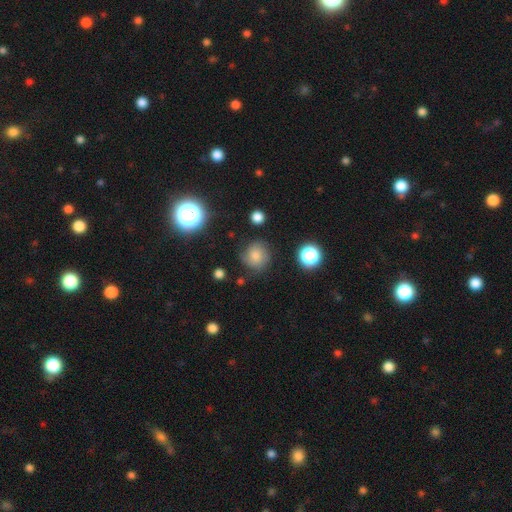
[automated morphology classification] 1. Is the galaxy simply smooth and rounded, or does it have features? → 67% smooth, 19% featured or disk, 14% star or artifact.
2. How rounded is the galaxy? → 87% round, 12% in between, 1% cigar-shaped.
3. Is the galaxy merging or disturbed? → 72% none, 19% minor disturbance, 7% major disturbance, 2% merger.